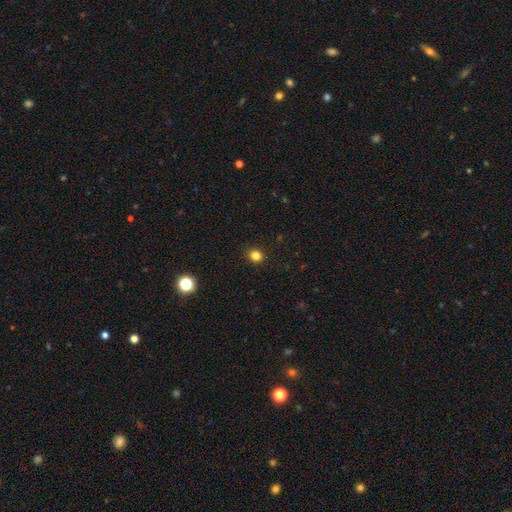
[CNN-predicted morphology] smooth-or-featured: smooth: 82% | star or artifact: 14% | featured or disk: 4%
  how-rounded: round: 78% | in between: 21% | cigar-shaped: 1%
  merging: none: 91% | minor disturbance: 6% | major disturbance: 2% | merger: 1%